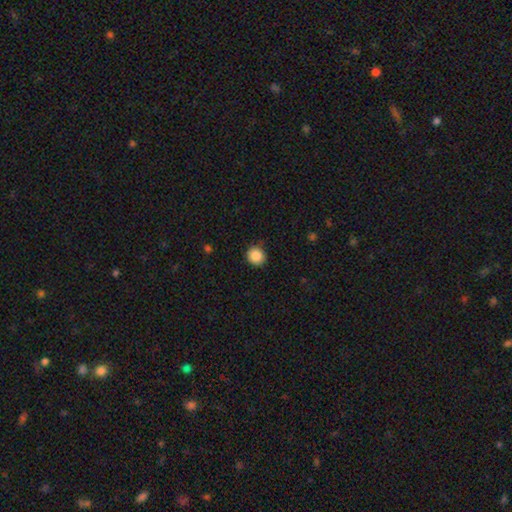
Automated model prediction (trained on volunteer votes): smooth_or_featured: smooth (p=0.87) [alt: star or artifact p=0.09]
how_rounded: round (p=0.90) [alt: in between p=0.09]
merging: none (p=0.87) [alt: minor disturbance p=0.10]